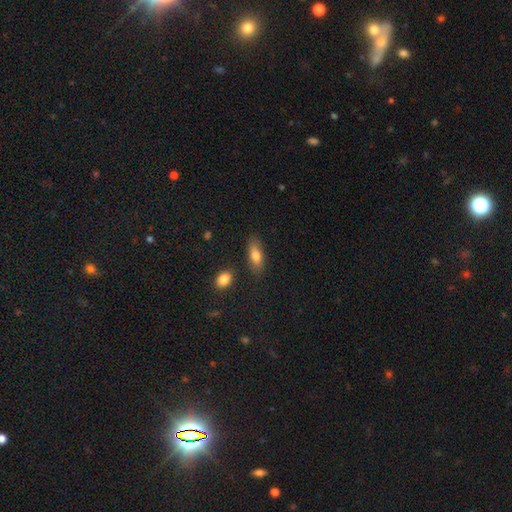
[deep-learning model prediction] smooth-or-featured: smooth: 76% | featured or disk: 17% | star or artifact: 7%
  how-rounded: in between: 73% | cigar-shaped: 23% | round: 3%
  merging: none: 81% | minor disturbance: 13% | merger: 4% | major disturbance: 3%